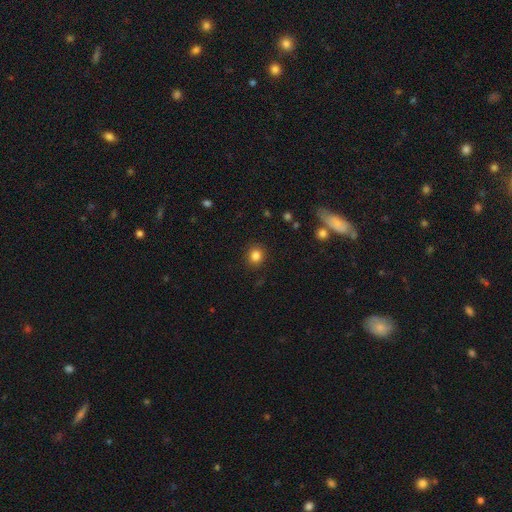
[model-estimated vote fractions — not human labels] Morphology: type=smooth (84%); roundness=round (86%); merging=none (90%).